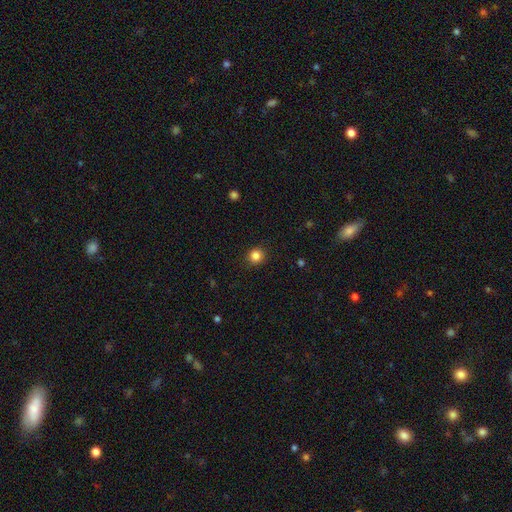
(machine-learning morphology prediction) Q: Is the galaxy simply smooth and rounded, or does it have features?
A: smooth — 85%.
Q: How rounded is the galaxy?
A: round — 92%.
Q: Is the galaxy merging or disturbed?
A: none — 91%.